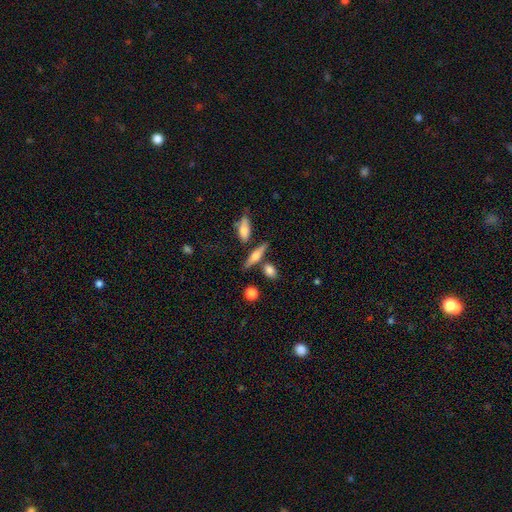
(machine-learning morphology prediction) Smooth or featured?
  - featured or disk: 49% *
  - smooth: 42%
  - star or artifact: 9%
Merging?
  - none: 75% *
  - minor disturbance: 11%
  - merger: 10%
  - major disturbance: 4%